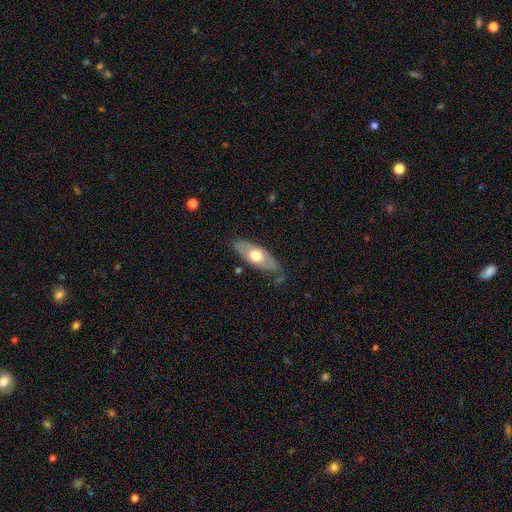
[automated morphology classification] Smooth or featured: smooth — 56% (featured or disk — 39%)
How rounded: in between — 78% (cigar-shaped — 19%)
Merging: none — 71% (minor disturbance — 22%)